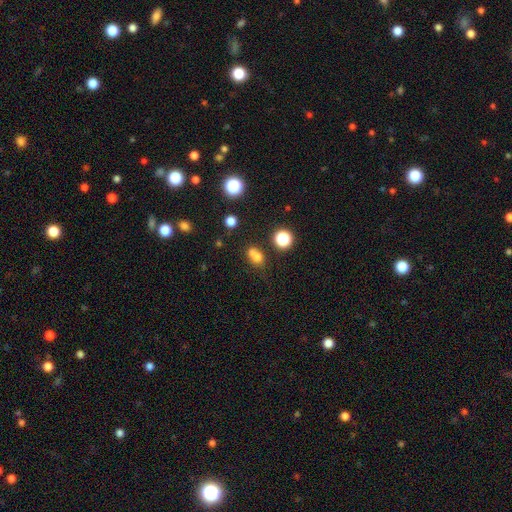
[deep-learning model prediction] smooth_or_featured: smooth (p=0.69) [alt: star or artifact p=0.19]
how_rounded: round (p=0.57) [alt: in between p=0.41]
merging: merger (p=0.46) [alt: none p=0.38]